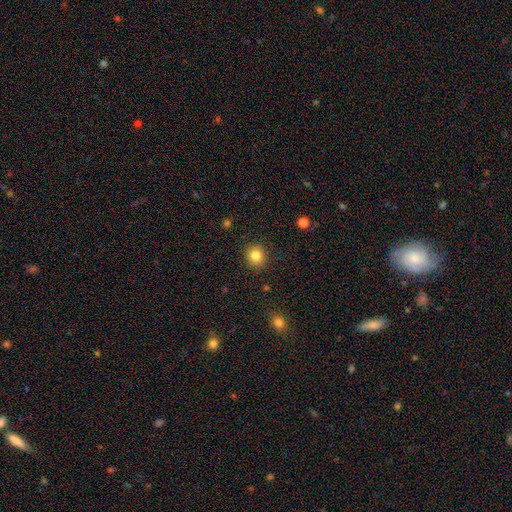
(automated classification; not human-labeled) Morphology: type=smooth (83%); roundness=round (87%); merging=none (90%).